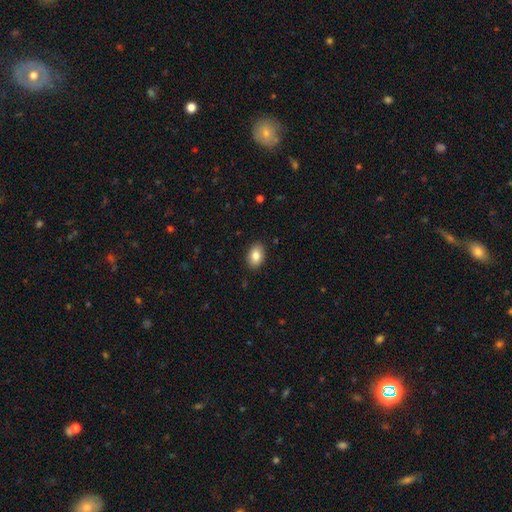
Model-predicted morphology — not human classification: smooth 85%, star or artifact 8%, featured or disk 8%. Down the decision tree: how rounded — in between (85%); merging — none (89%).